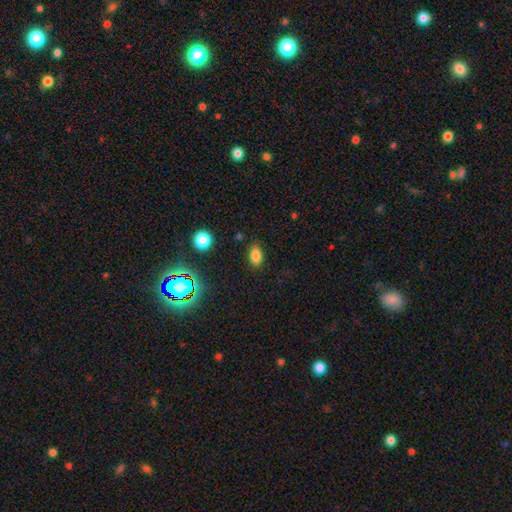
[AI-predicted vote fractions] A smooth galaxy with no disk features (81%) that is in between round and cigar-shaped (86%).

Vote fractions:
- Smooth or featured? smooth: 81% / star or artifact: 13% / featured or disk: 6%
- How rounded? in between: 86% / round: 11% / cigar-shaped: 3%
- Merging? none: 84% / minor disturbance: 11% / major disturbance: 3% / merger: 2%